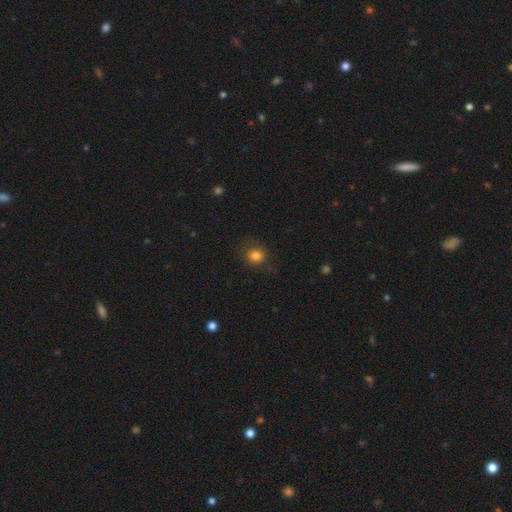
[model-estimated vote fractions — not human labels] smooth-or-featured: smooth: 82% | star or artifact: 12% | featured or disk: 5%
  how-rounded: round: 81% | in between: 18% | cigar-shaped: 1%
  merging: none: 81% | minor disturbance: 13% | major disturbance: 5% | merger: 1%